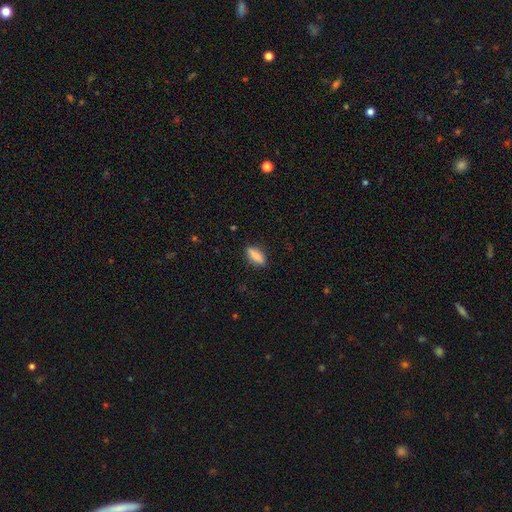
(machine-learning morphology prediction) smooth-or-featured: smooth: 84% | featured or disk: 9% | star or artifact: 7%
  how-rounded: in between: 60% | cigar-shaped: 37% | round: 3%
  merging: none: 85% | minor disturbance: 11% | major disturbance: 3% | merger: 1%